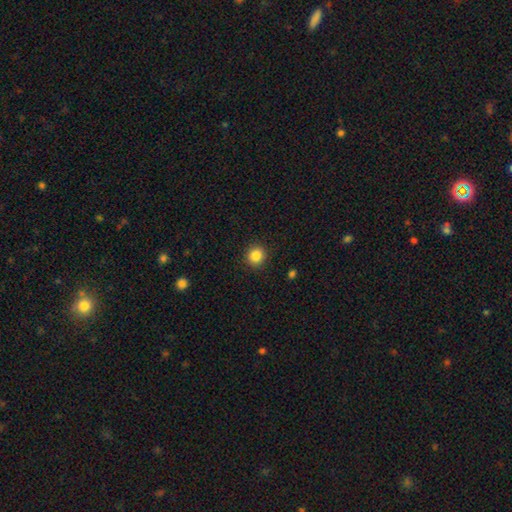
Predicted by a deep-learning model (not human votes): Smooth or featured?
  - smooth: 86% *
  - star or artifact: 10%
  - featured or disk: 4%
How rounded?
  - round: 91% *
  - in between: 8%
  - cigar-shaped: 1%
Merging?
  - none: 91% *
  - minor disturbance: 6%
  - major disturbance: 2%
  - merger: 1%